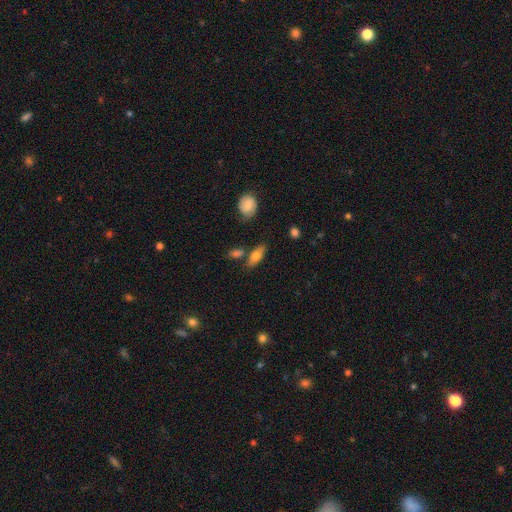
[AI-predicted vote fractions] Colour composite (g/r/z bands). It shows a smooth galaxy with no disk features (70%) that is in between round and cigar-shaped (74%). Merging: none (69%).